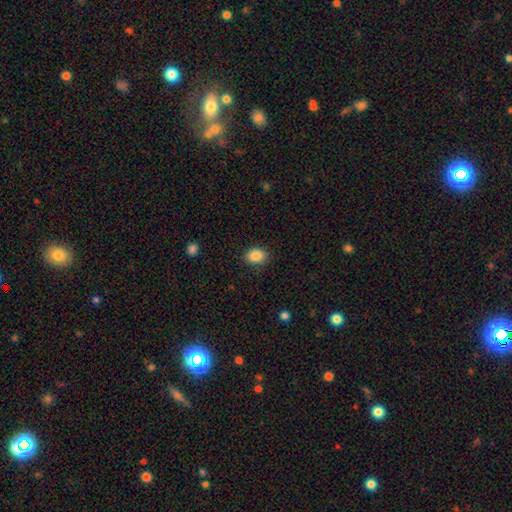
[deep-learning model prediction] The model was most divided on "how rounded": in between: 64%, round: 35%, cigar-shaped: 1%. More confident: merging — none (87%); smooth or featured — smooth (87%).